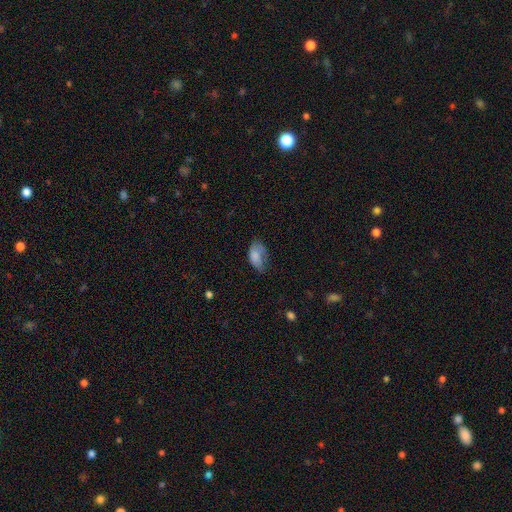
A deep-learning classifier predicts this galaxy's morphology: smooth_or_featured: smooth (p=0.76) [alt: featured or disk p=0.15]
how_rounded: in between (p=0.92) [alt: round p=0.05]
merging: minor disturbance (p=0.38) [alt: none p=0.37]